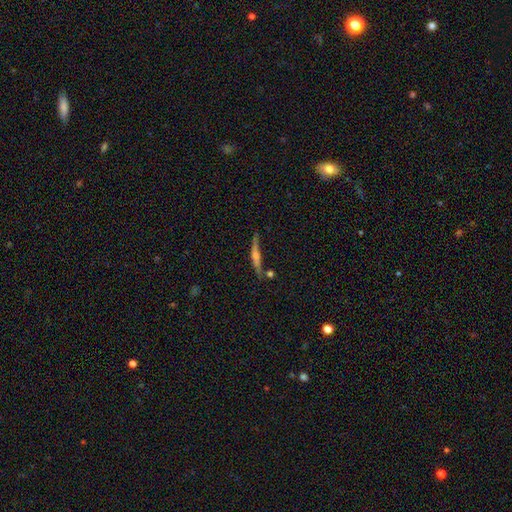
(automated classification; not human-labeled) Overall: featured or disk (70%). Edge-on disk: yes (96%). Edge-on bulge: rounded (80%). Merging: none (75%).